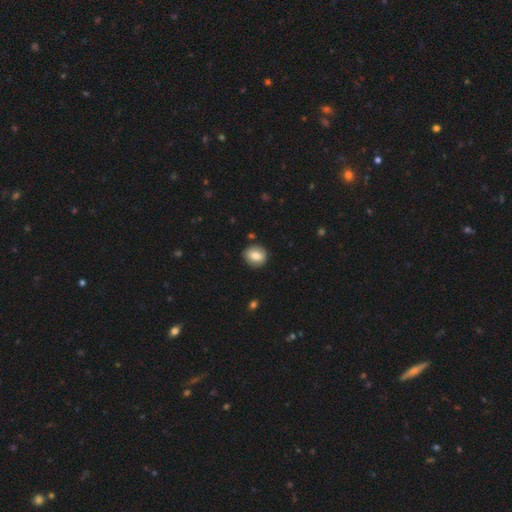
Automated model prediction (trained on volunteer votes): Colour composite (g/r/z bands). It shows a smooth galaxy with no disk features (80%) that is round (76%). Merging: none (86%).